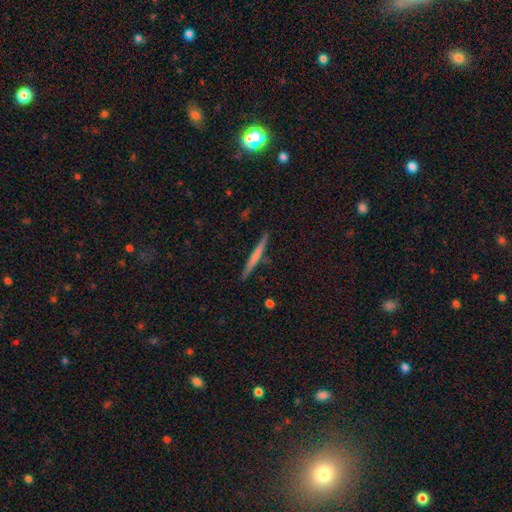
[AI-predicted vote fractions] Smooth or featured? smooth (51%)
How rounded? cigar-shaped (96%)
Merging? none (89%)